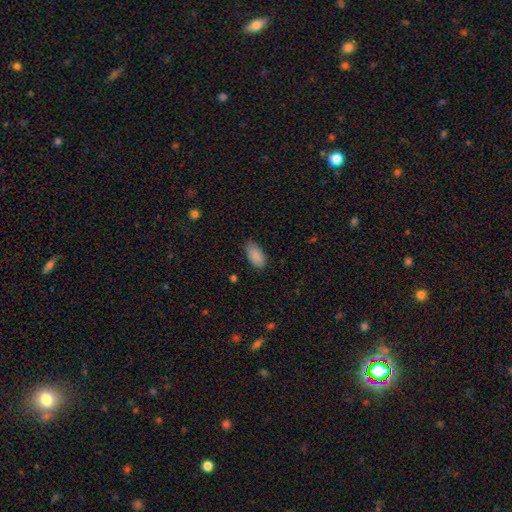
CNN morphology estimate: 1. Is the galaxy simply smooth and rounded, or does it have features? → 89% smooth, 7% star or artifact, 4% featured or disk.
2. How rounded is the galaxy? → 94% in between, 4% cigar-shaped, 3% round.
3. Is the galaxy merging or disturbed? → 81% none, 15% minor disturbance, 3% major disturbance, 1% merger.